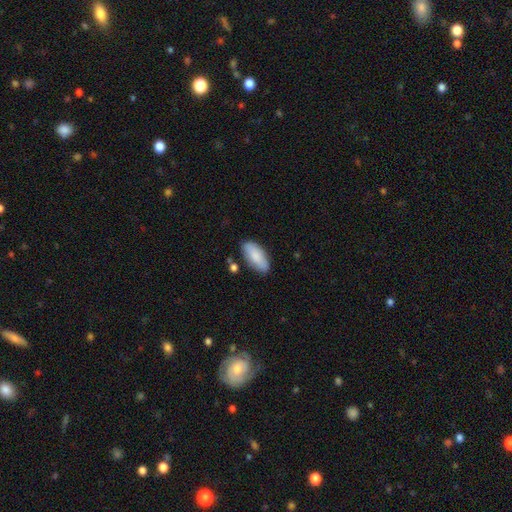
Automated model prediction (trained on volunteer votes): Smooth or featured?
  - smooth: 84% *
  - featured or disk: 11%
  - star or artifact: 6%
How rounded?
  - in between: 86% *
  - cigar-shaped: 12%
  - round: 2%
Merging?
  - none: 81% *
  - minor disturbance: 13%
  - merger: 3%
  - major disturbance: 3%